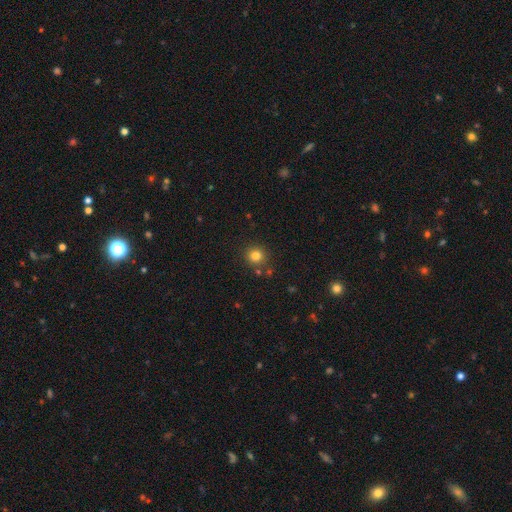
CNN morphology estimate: Q: Smooth or featured?
A: smooth (81%); runner-up: star or artifact (14%)
Q: How rounded?
A: round (91%); runner-up: in between (8%)
Q: Merging?
A: none (84%); runner-up: minor disturbance (8%)